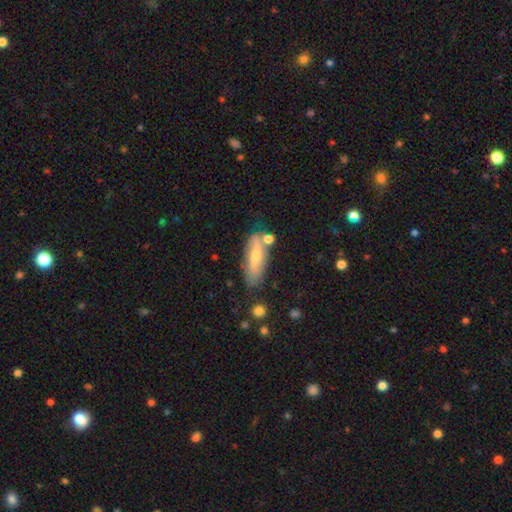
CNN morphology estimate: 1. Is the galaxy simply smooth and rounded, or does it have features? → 51% smooth, 42% featured or disk, 7% star or artifact.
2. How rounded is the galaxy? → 51% cigar-shaped, 46% in between, 3% round.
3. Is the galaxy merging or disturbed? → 68% none, 19% minor disturbance, 8% merger, 5% major disturbance.